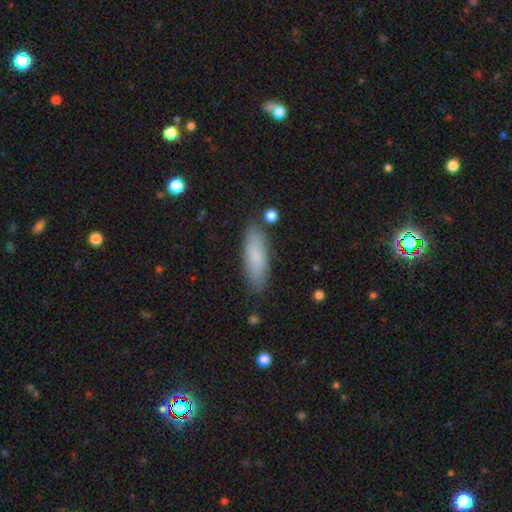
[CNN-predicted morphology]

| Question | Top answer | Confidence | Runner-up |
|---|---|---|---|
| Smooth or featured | smooth | 81% | featured or disk (13%) |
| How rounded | cigar-shaped | 50% | in between (48%) |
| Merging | none | 83% | minor disturbance (12%) |